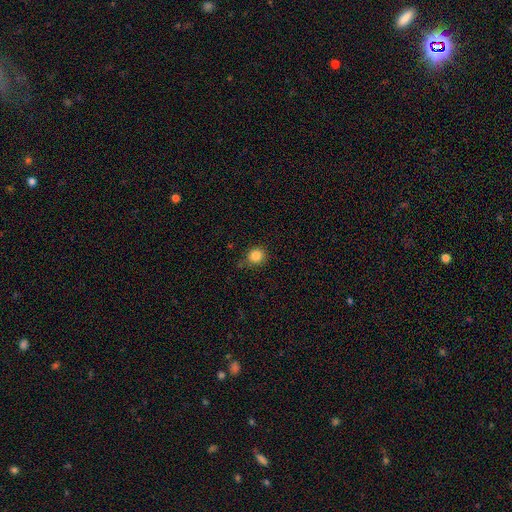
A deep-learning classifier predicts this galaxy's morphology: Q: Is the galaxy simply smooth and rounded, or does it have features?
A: smooth — 85%.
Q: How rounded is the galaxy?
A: round — 88%.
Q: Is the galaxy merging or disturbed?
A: none — 76%.